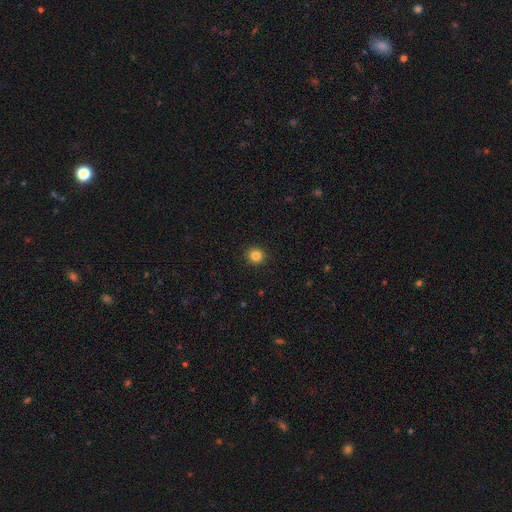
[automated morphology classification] Smooth or featured? smooth (84%)
How rounded? round (93%)
Merging? none (93%)